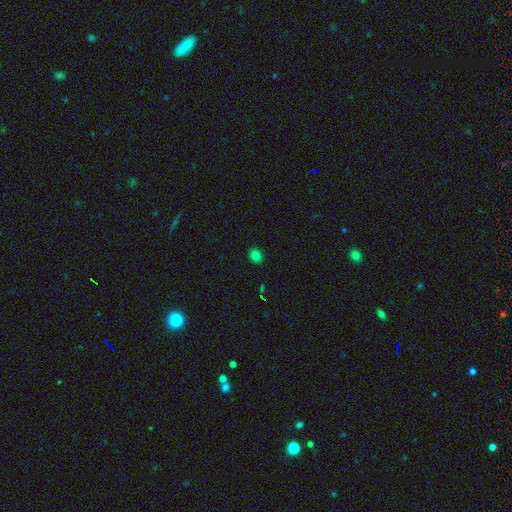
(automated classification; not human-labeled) Q: Smooth or featured?
A: smooth (80%); runner-up: star or artifact (15%)
Q: How rounded?
A: round (74%); runner-up: in between (25%)
Q: Merging?
A: none (90%); runner-up: minor disturbance (7%)